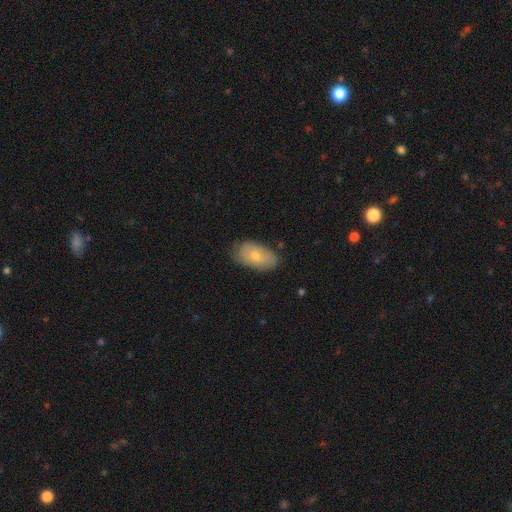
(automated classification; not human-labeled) The model was most divided on "smooth or featured": smooth: 68%, featured or disk: 26%, star or artifact: 6%. More confident: how rounded — in between (93%); merging — none (73%).